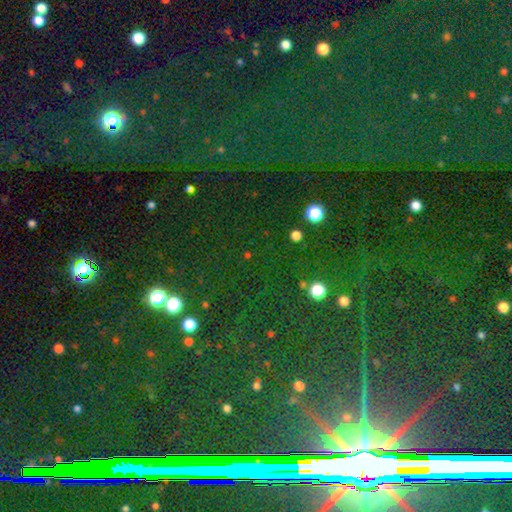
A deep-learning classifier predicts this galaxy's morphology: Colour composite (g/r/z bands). It shows a star or artifact, not a galaxy (81%).